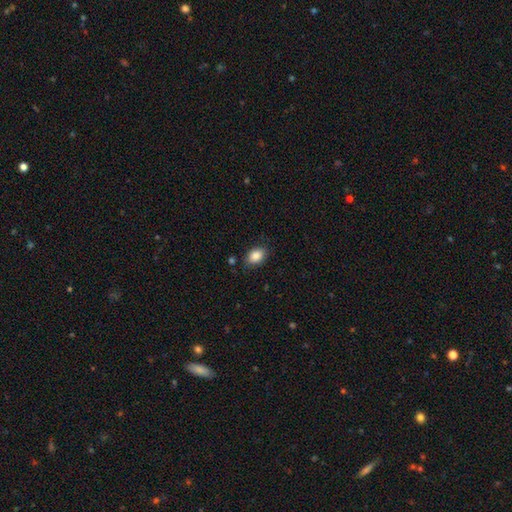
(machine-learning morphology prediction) This appears to be a smooth galaxy with no disk features (87%) that is in between round and cigar-shaped (82%). Merging: none (82%).